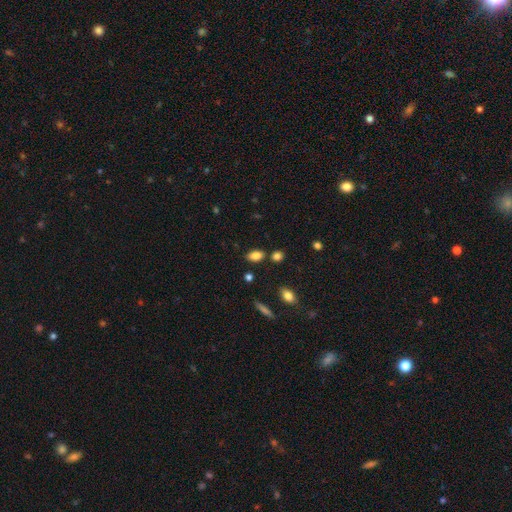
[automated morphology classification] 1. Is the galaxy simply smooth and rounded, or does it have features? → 84% smooth, 10% star or artifact, 7% featured or disk.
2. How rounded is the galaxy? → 88% in between, 9% round, 3% cigar-shaped.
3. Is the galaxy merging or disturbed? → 79% none, 11% minor disturbance, 7% merger, 3% major disturbance.